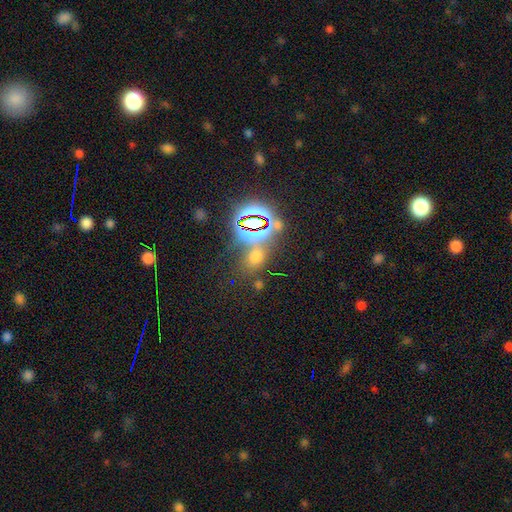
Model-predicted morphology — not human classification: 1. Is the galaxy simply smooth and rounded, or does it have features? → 49% star or artifact, 43% smooth, 8% featured or disk.